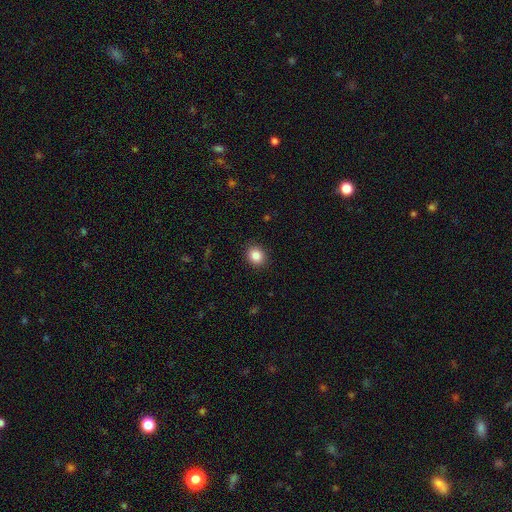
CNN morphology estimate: smooth 86%, star or artifact 10%, featured or disk 5%. Down the decision tree: how rounded — round (64%); merging — none (90%).